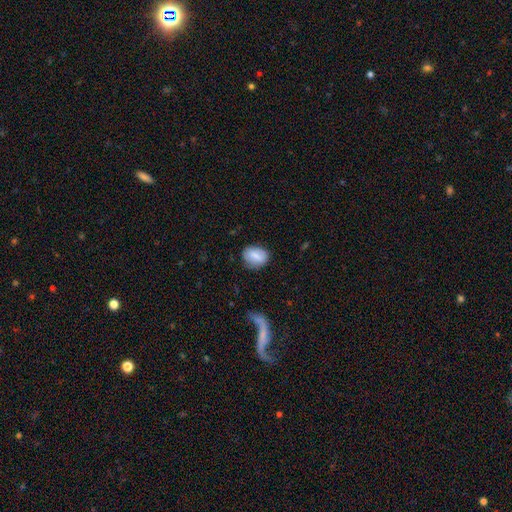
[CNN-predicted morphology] smooth_or_featured: smooth (p=0.78) [alt: featured or disk p=0.15]
how_rounded: in between (p=0.59) [alt: round p=0.39]
merging: none (p=0.74) [alt: minor disturbance p=0.19]